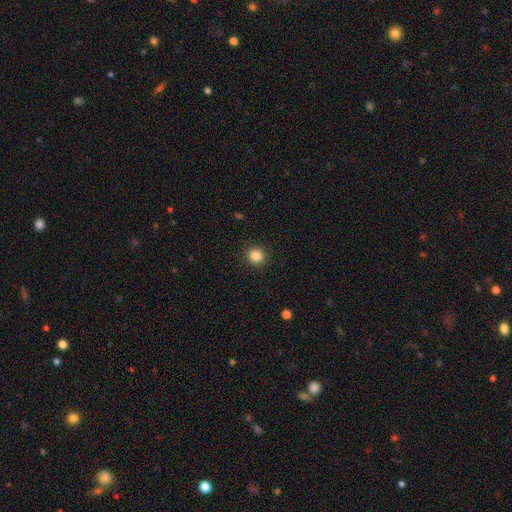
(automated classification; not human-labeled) Smooth or featured? Predicted: smooth (p=0.85). How rounded? Predicted: round (p=0.90). Merging? Predicted: none (p=0.91).